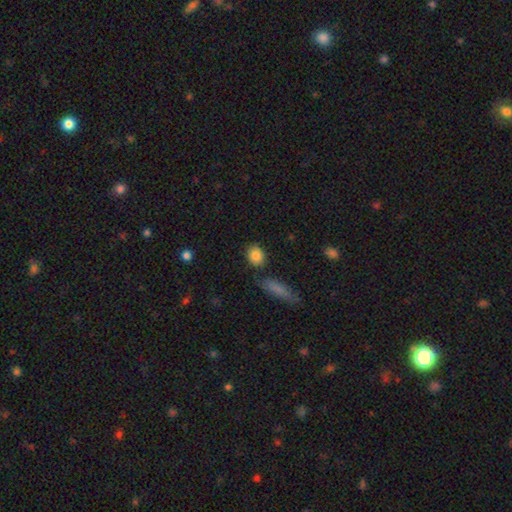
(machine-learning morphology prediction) This is clearly a smooth galaxy (86%). How rounded: possibly in between (50%). Merging: likely none (77%).